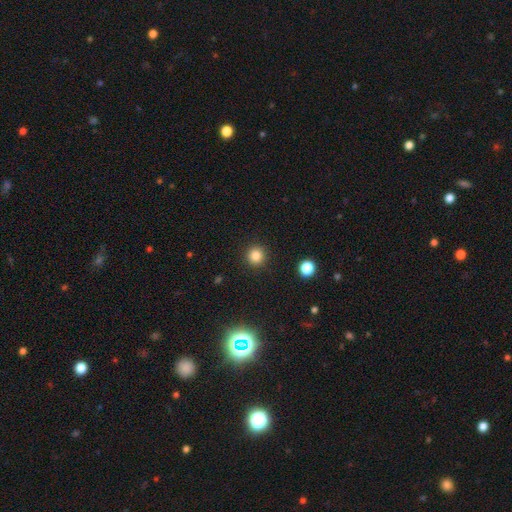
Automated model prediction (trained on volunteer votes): smooth_or_featured: smooth (p=0.83) [alt: star or artifact p=0.12]
how_rounded: round (p=0.95) [alt: in between p=0.04]
merging: none (p=0.92) [alt: minor disturbance p=0.05]